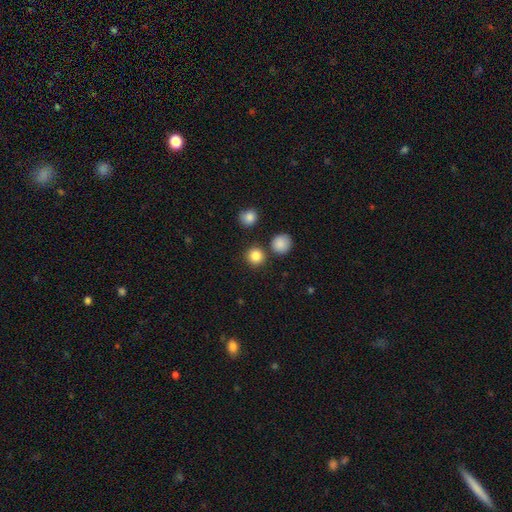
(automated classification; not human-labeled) A smooth galaxy with no disk features (85%) that is round (93%). Merging: none (83%).